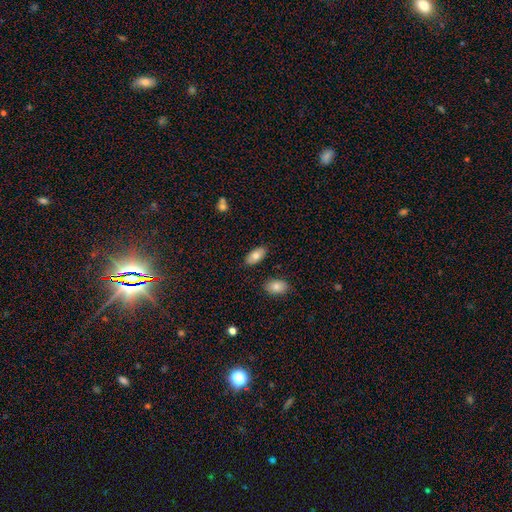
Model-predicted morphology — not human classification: smooth 77%, featured or disk 16%, star or artifact 7%. Down the decision tree: how rounded — in between (94%); merging — none (85%).